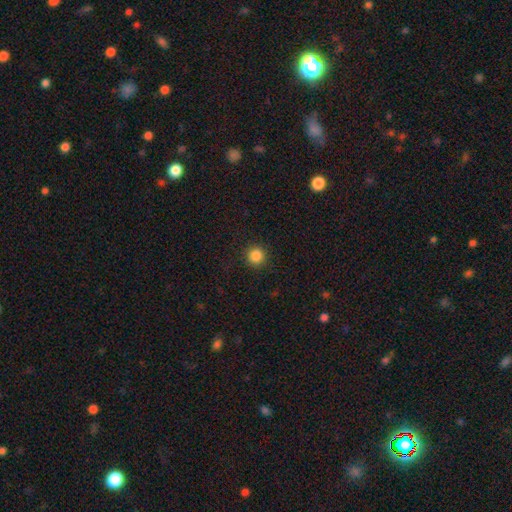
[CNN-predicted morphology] This appears to be a smooth galaxy with no disk features (86%) that is round (95%). Merging: none (92%).